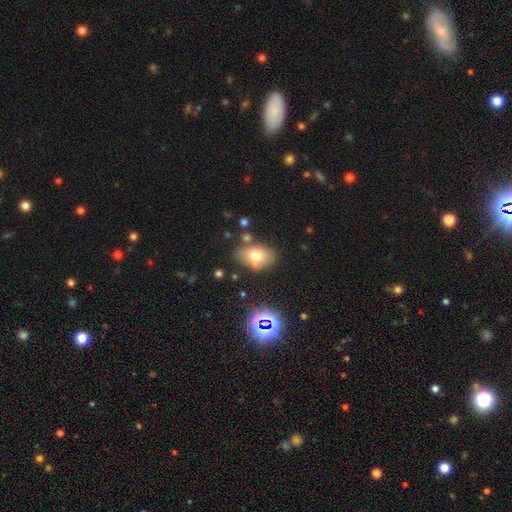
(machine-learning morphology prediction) Overall: smooth (72%). How rounded: in between (80%). Merging: none (68%).